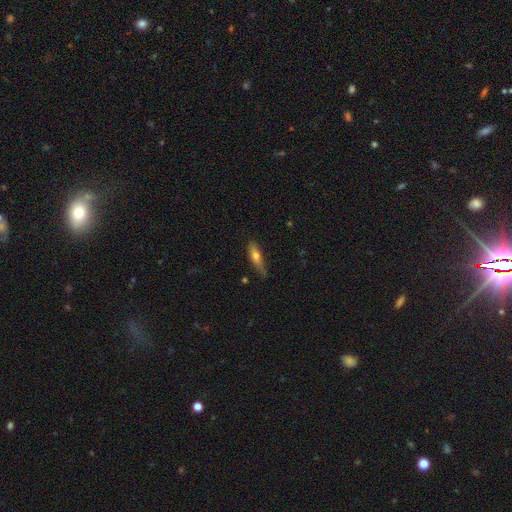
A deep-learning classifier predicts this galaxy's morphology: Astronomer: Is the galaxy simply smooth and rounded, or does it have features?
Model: smooth — 63%.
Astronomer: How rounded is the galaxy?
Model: cigar-shaped — 66%.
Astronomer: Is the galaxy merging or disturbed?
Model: none — 60%.